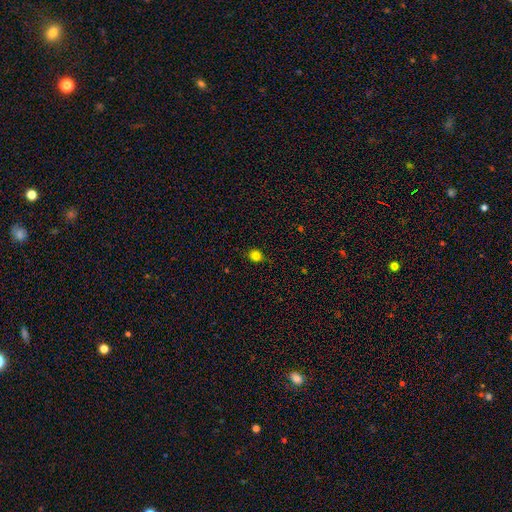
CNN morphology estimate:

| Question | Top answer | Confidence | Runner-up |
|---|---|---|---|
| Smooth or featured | smooth | 82% | star or artifact (14%) |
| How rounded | round | 80% | in between (19%) |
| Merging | none | 84% | minor disturbance (13%) |